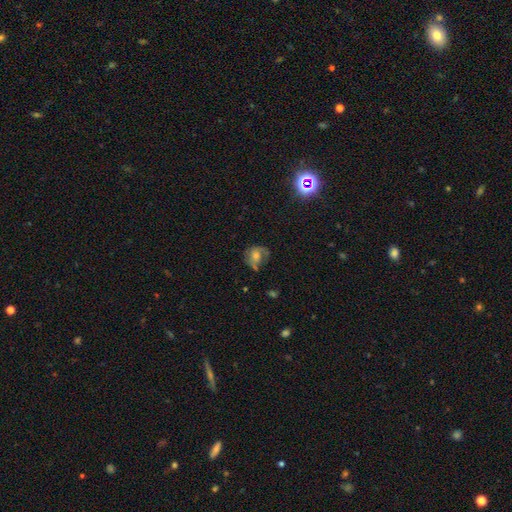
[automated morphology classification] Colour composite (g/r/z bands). It shows a featured or disk galaxy (41%). Merging: none (53%).